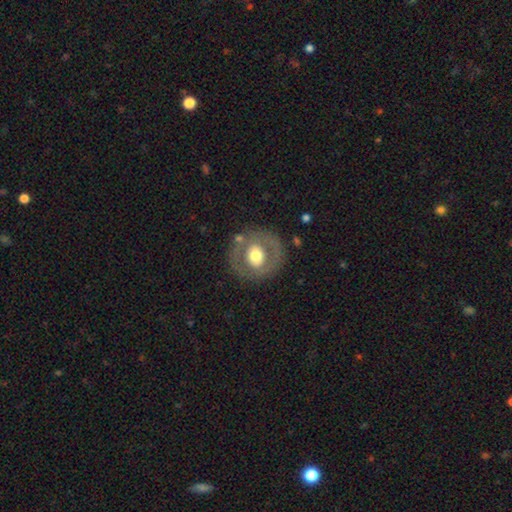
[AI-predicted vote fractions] smooth_or_featured: featured or disk (p=0.49) [alt: smooth p=0.44]
merging: none (p=0.76) [alt: minor disturbance p=0.13]